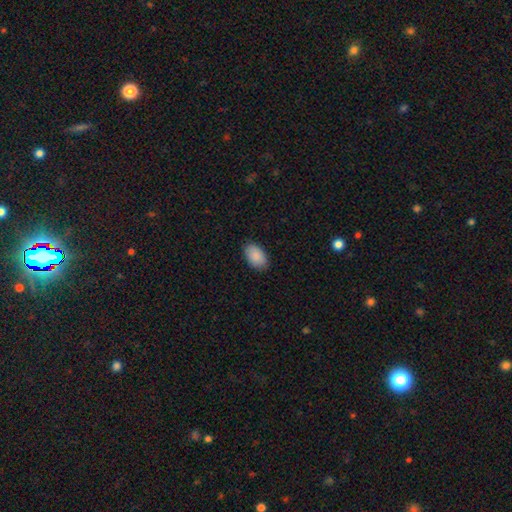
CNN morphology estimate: Smooth or featured? Predicted: smooth (p=0.90). How rounded? Predicted: in between (p=0.94). Merging? Predicted: none (p=0.87).